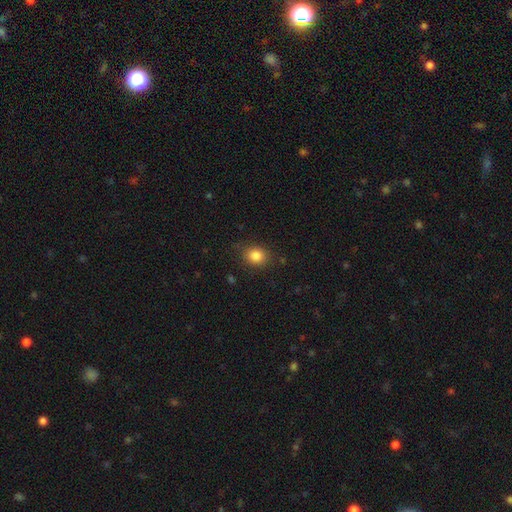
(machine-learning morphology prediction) The model was most divided on "how rounded": round: 59%, in between: 40%, cigar-shaped: 1%. More confident: smooth or featured — smooth (84%); merging — none (82%).